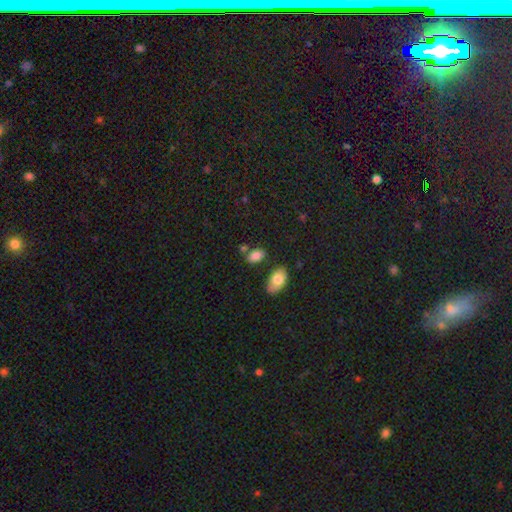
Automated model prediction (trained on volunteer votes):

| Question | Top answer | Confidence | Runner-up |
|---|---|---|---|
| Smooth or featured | smooth | 83% | star or artifact (9%) |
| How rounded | in between | 89% | round (9%) |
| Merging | none | 64% | merger (16%) |